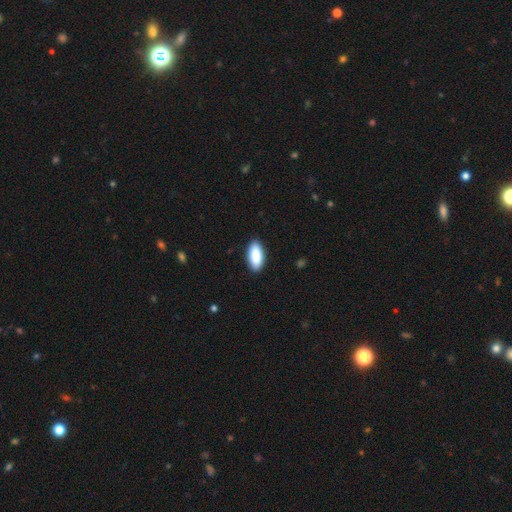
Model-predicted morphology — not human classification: The model was most divided on "merging": none: 89%, minor disturbance: 8%, major disturbance: 2%, merger: 1%. More confident: how rounded — in between (92%); smooth or featured — smooth (90%).